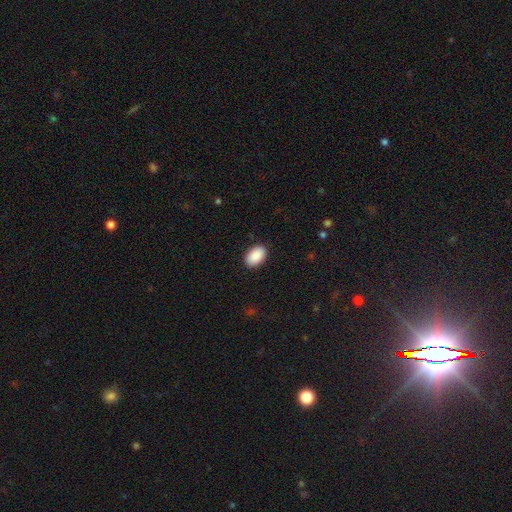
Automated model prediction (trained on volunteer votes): smooth 91%, star or artifact 6%, featured or disk 3%. Down the decision tree: how rounded — in between (92%); merging — none (90%).